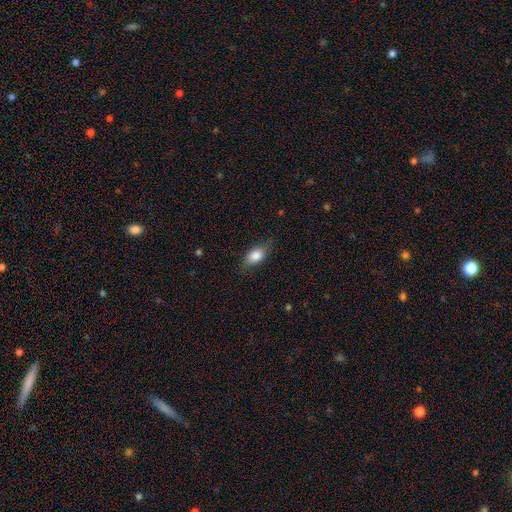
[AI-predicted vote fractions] smooth_or_featured: smooth (p=0.80) [alt: featured or disk p=0.12]
how_rounded: in between (p=0.84) [alt: round p=0.10]
merging: none (p=0.74) [alt: minor disturbance p=0.19]